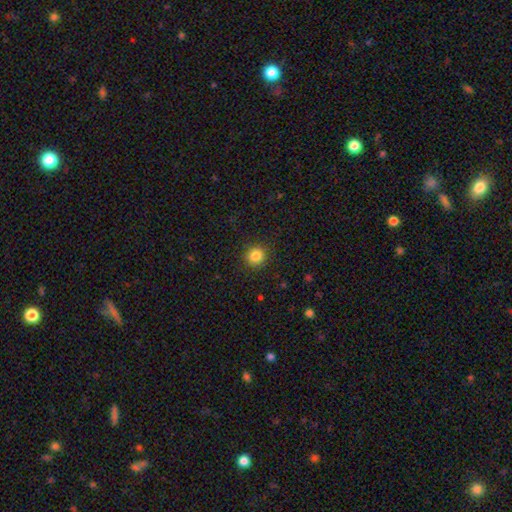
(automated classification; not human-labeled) The model was most divided on "smooth or featured": smooth: 84%, star or artifact: 11%, featured or disk: 4%. More confident: how rounded — round (92%); merging — none (91%).